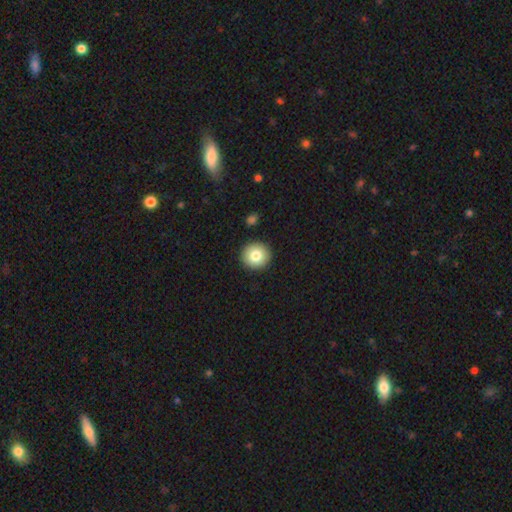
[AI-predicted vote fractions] smooth-or-featured: smooth: 80% | featured or disk: 11% | star or artifact: 9%
  how-rounded: round: 93% | in between: 6% | cigar-shaped: 1%
  merging: none: 92% | minor disturbance: 5% | major disturbance: 2% | merger: 2%